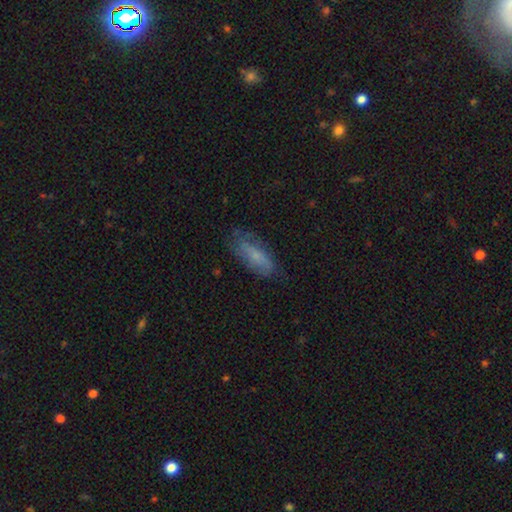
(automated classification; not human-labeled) Smooth or featured? smooth (62%)
How rounded? in between (68%)
Merging? none (65%)